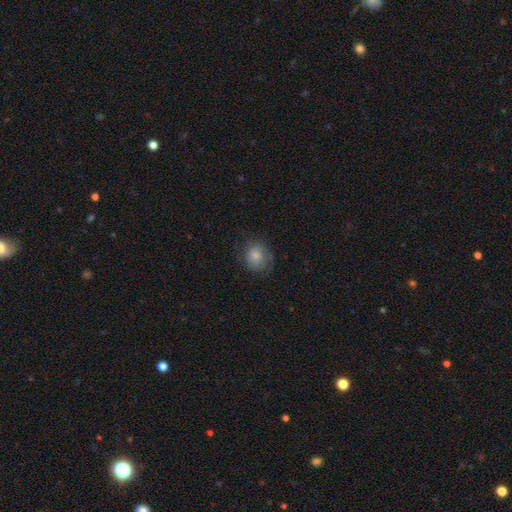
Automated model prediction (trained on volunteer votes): A smooth galaxy with no disk features (77%) that is round (78%).

Vote fractions:
- Smooth or featured? smooth: 77% / featured or disk: 14% / star or artifact: 9%
- How rounded? round: 78% / in between: 21% / cigar-shaped: 1%
- Merging? none: 68% / minor disturbance: 22% / major disturbance: 9% / merger: 1%